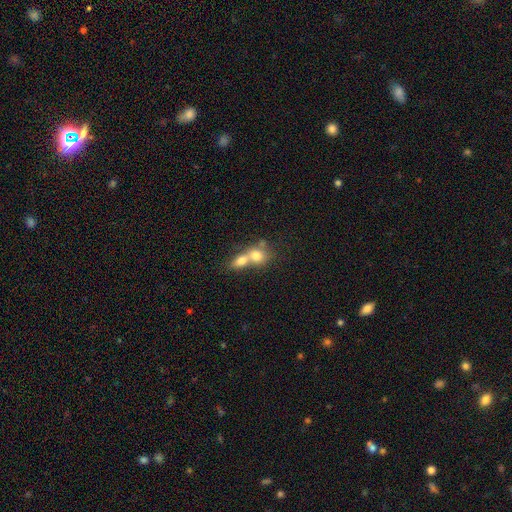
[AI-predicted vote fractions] A smooth galaxy with no disk features (73%) that is round (52%). Merging: merger (74%).